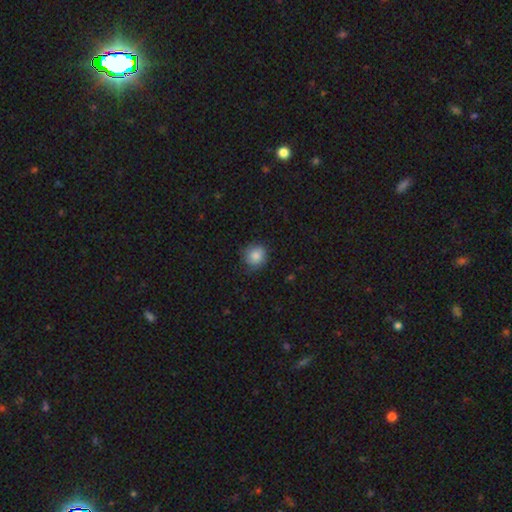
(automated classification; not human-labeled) Q: Smooth or featured?
A: smooth (84%); runner-up: star or artifact (9%)
Q: How rounded?
A: round (88%); runner-up: in between (11%)
Q: Merging?
A: none (81%); runner-up: minor disturbance (15%)